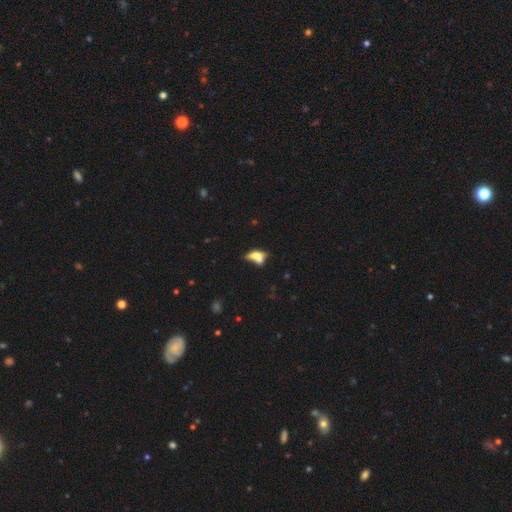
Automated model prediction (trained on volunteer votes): smooth_or_featured: smooth (p=0.61) [alt: featured or disk p=0.27]
how_rounded: in between (p=0.76) [alt: round p=0.14]
merging: merger (p=0.40) [alt: none p=0.26]